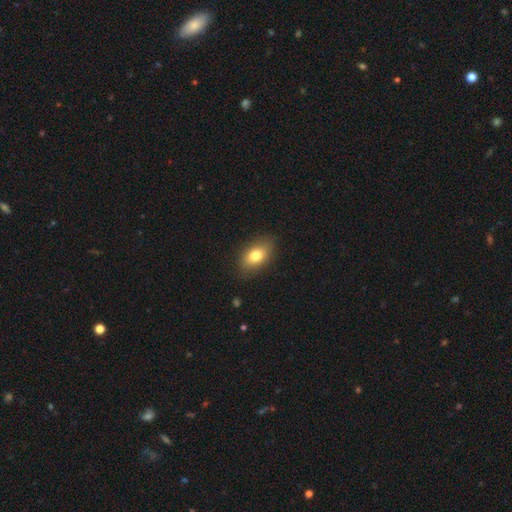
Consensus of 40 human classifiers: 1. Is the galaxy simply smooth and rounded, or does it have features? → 80% smooth, 18% featured or disk, 2% star or artifact.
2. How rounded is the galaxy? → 81% in between, 12% round, 6% cigar-shaped.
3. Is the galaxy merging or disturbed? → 72% none, 18% minor disturbance, 10% major disturbance, 0% merger.